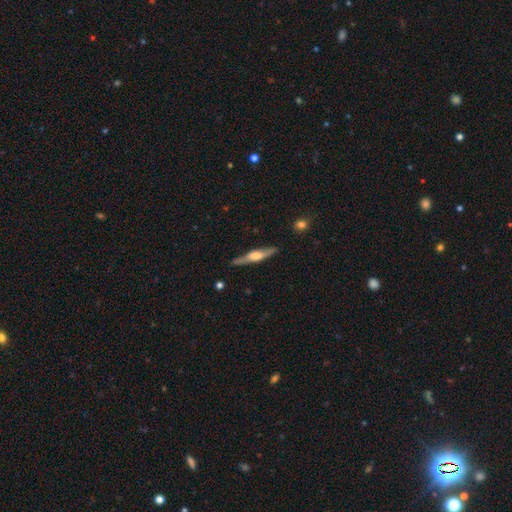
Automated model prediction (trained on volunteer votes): The model was most divided on "smooth or featured": featured or disk: 62%, smooth: 32%, star or artifact: 5%. More confident: edge-on disk — yes (93%); merging — none (85%); edge-on bulge — rounded (69%).